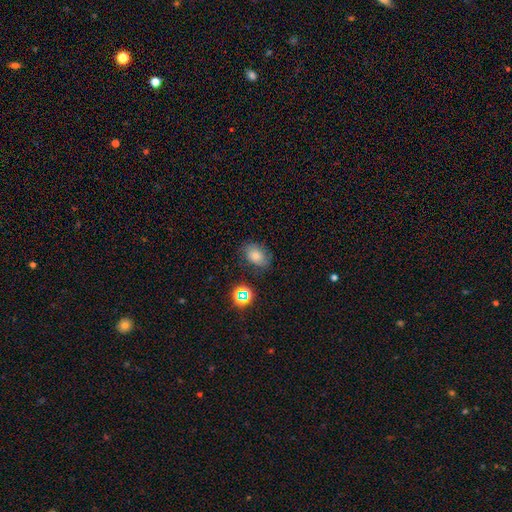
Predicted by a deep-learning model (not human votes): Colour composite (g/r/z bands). It shows a smooth galaxy with no disk features (68%) that is in between round and cigar-shaped (76%). Merging: none (72%).